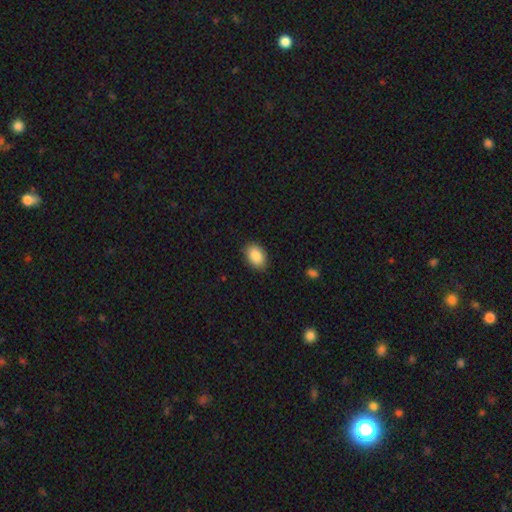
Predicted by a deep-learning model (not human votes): A smooth galaxy with no disk features (88%) that is in between round and cigar-shaped (88%).

Vote fractions:
- Smooth or featured? smooth: 88% / star or artifact: 7% / featured or disk: 5%
- How rounded? in between: 88% / round: 11% / cigar-shaped: 1%
- Merging? none: 86% / minor disturbance: 10% / major disturbance: 2% / merger: 1%